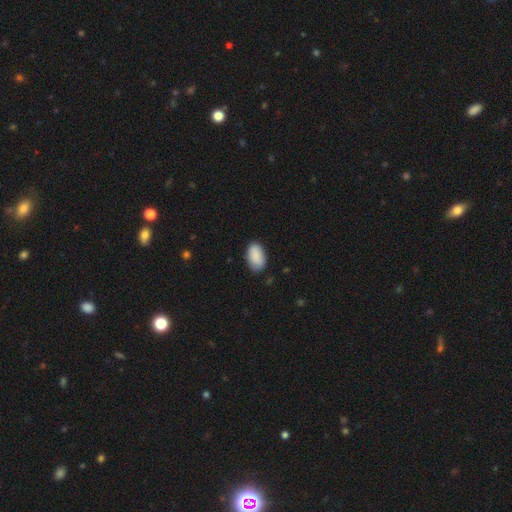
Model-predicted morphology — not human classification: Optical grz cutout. It shows a smooth galaxy with no disk features (90%) that is in between round and cigar-shaped (94%). Merging: none (82%).